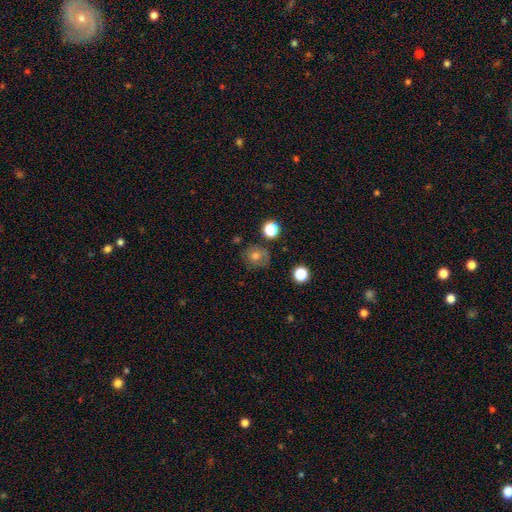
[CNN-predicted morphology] Q: Smooth or featured?
A: smooth (66%); runner-up: featured or disk (18%)
Q: How rounded?
A: round (78%); runner-up: in between (21%)
Q: Merging?
A: none (73%); runner-up: minor disturbance (17%)